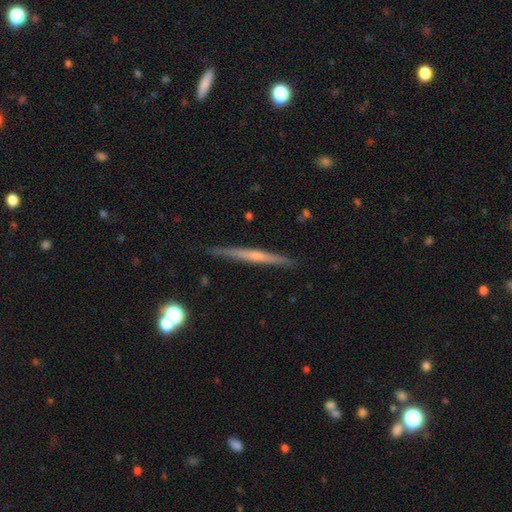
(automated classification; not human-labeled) Smooth or featured? Predicted: featured or disk (p=0.61). Edge-on disk? Predicted: yes (p=0.97). Edge-on bulge? Predicted: none (p=0.57). Merging? Predicted: none (p=0.88).